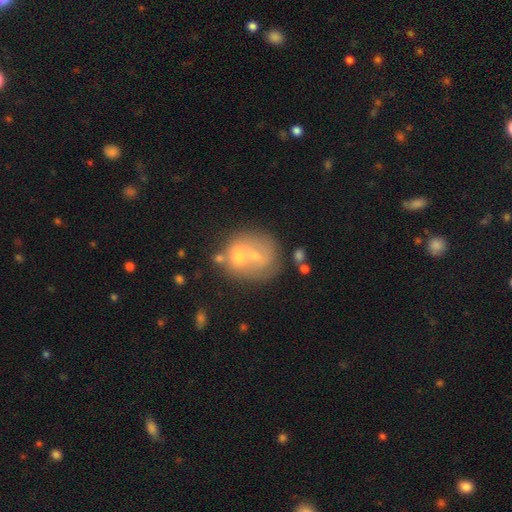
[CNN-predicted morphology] A smooth galaxy with no disk features (49%). Merging: merger (50%).